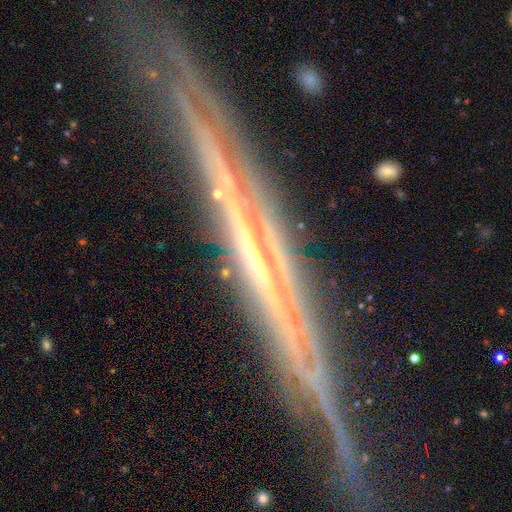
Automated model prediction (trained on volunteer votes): smooth-or-featured: featured or disk: 83% | smooth: 9% | star or artifact: 9%
  disk-edge-on: yes: 92% | no: 8%
    edge-on-bulge: none: 64% | rounded: 23% | boxy: 13%
  merging: none: 71% | minor disturbance: 19% | major disturbance: 7% | merger: 3%